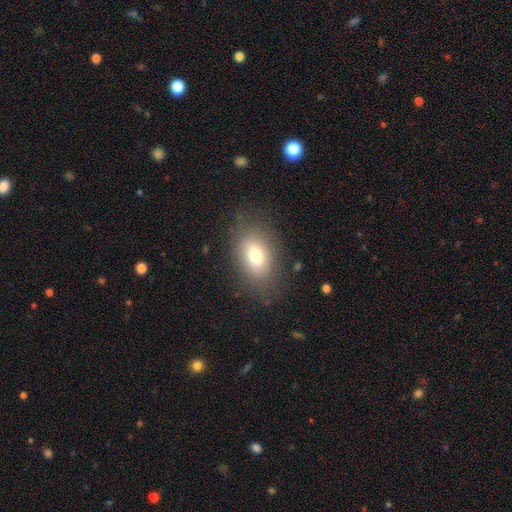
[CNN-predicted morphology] Overall: smooth (74%). How rounded: in between (82%). Merging: none (77%).